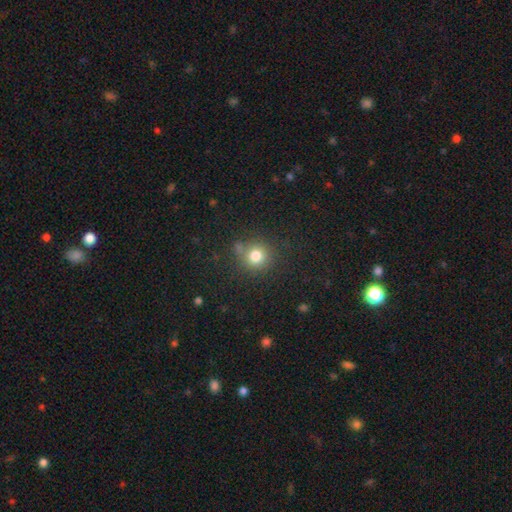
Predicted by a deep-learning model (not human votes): Smooth or featured?
  - smooth: 79% *
  - star or artifact: 14%
  - featured or disk: 7%
How rounded?
  - round: 90% *
  - in between: 9%
  - cigar-shaped: 1%
Merging?
  - none: 76% *
  - minor disturbance: 12%
  - merger: 8%
  - major disturbance: 4%